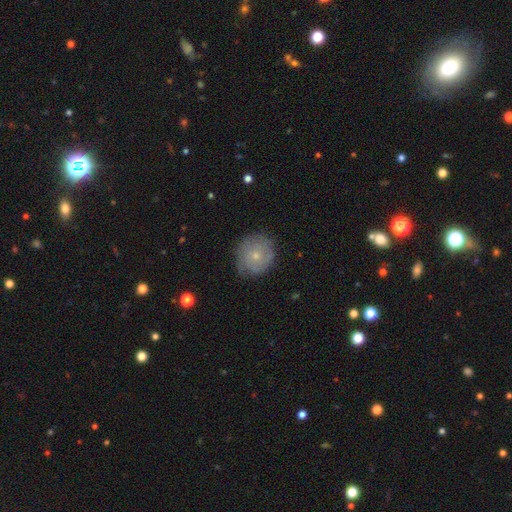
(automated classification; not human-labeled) Morphology: type=smooth (51%); roundness=round (88%); merging=none (70%).